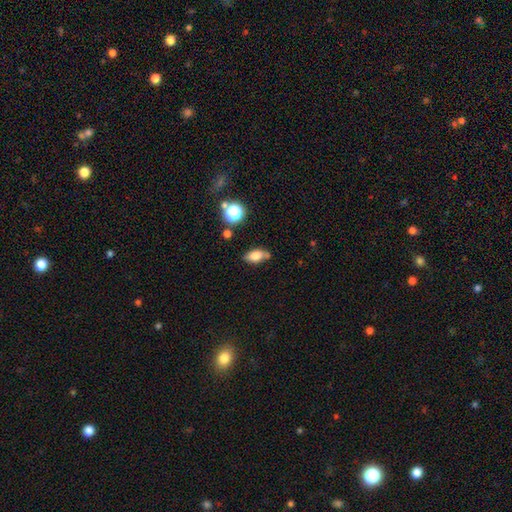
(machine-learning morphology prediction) Q: Smooth or featured?
A: smooth (75%); runner-up: featured or disk (14%)
Q: How rounded?
A: in between (85%); runner-up: cigar-shaped (8%)
Q: Merging?
A: none (68%); runner-up: minor disturbance (21%)